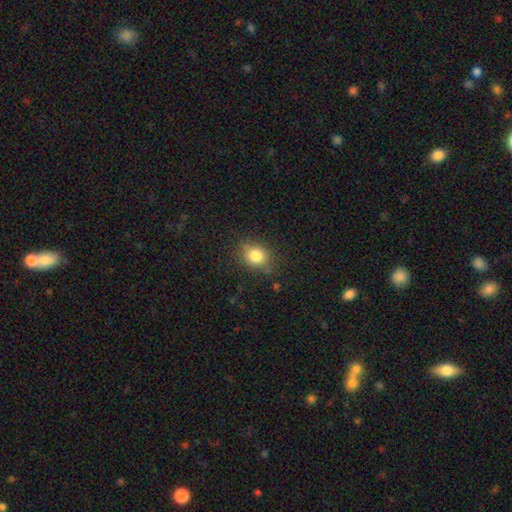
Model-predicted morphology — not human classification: This appears to be a smooth galaxy with no disk features (82%) that is round (56%). Merging: none (80%).